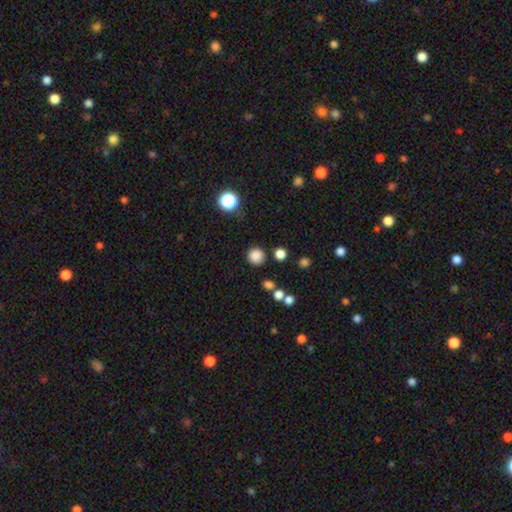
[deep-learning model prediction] A smooth galaxy with no disk features (83%) that is round (92%). Merging: none (85%).